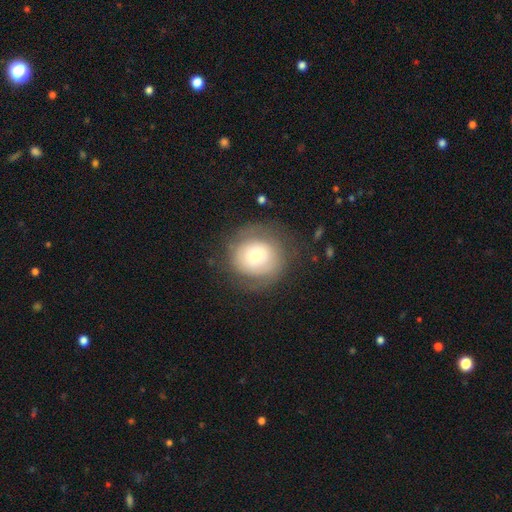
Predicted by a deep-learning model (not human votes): smooth_or_featured: smooth (p=0.56) [alt: featured or disk p=0.36]
how_rounded: round (p=0.89) [alt: in between p=0.10]
merging: none (p=0.72) [alt: minor disturbance p=0.16]